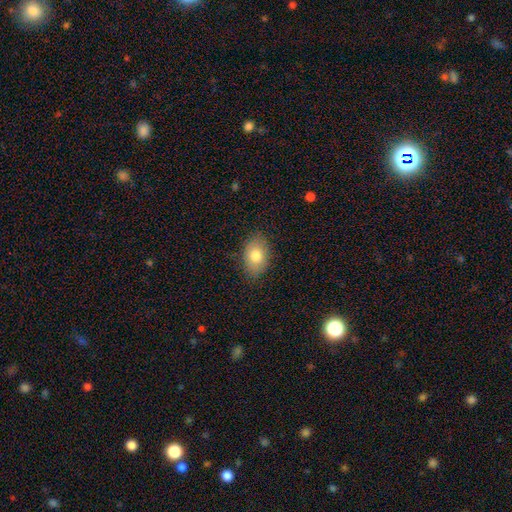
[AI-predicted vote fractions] Smooth or featured? smooth (78%)
How rounded? in between (82%)
Merging? none (84%)